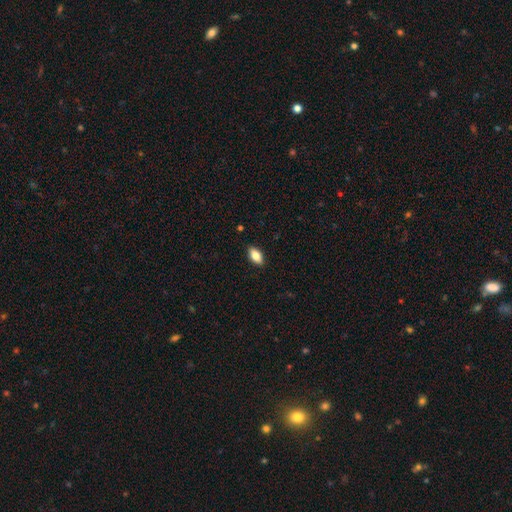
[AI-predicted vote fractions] This appears to be a smooth galaxy with no disk features (83%) that is in between round and cigar-shaped (90%). Merging: none (88%).